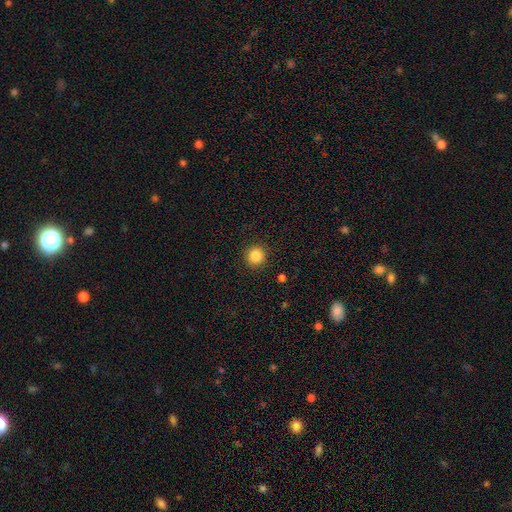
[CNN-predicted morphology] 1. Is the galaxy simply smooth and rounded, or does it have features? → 85% smooth, 11% star or artifact, 5% featured or disk.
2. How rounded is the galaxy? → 93% round, 6% in between, 1% cigar-shaped.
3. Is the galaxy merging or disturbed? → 91% none, 6% minor disturbance, 2% major disturbance, 1% merger.